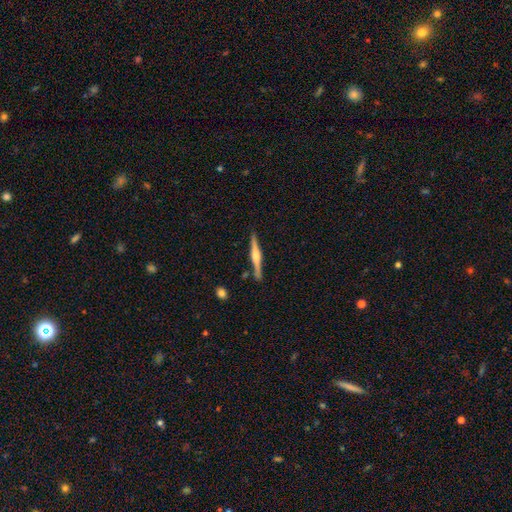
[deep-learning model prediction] featured or disk 75%, smooth 20%, star or artifact 5%. Down the decision tree: edge-on disk — yes (98%); edge-on bulge — rounded (82%); merging — none (87%).